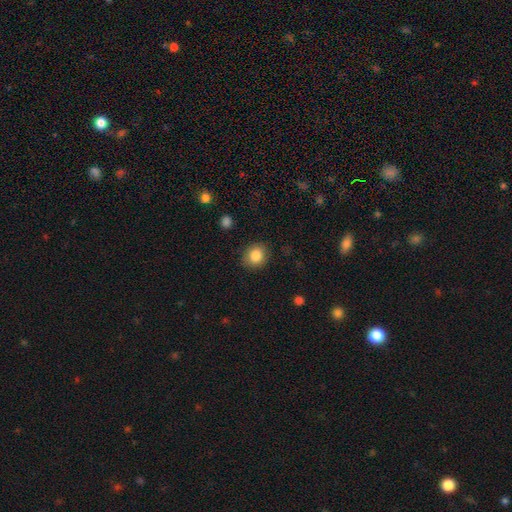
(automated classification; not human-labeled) smooth-or-featured: smooth: 86% | star or artifact: 9% | featured or disk: 6%
  how-rounded: round: 72% | in between: 27% | cigar-shaped: 1%
  merging: none: 85% | minor disturbance: 11% | major disturbance: 3% | merger: 1%